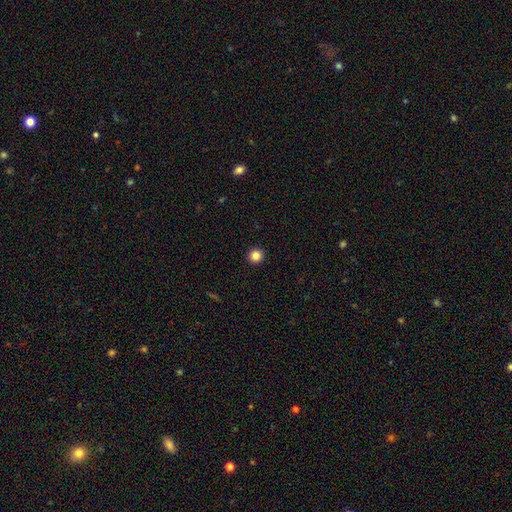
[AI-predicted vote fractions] Overall: smooth (84%). How rounded: round (95%). Merging: none (94%).